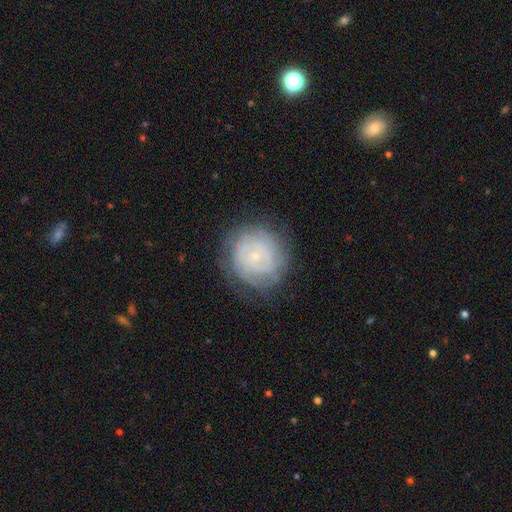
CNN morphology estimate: Smooth or featured? Predicted: featured or disk (p=0.70). Edge-on disk? Predicted: no (p=0.98). Bar? Predicted: no (p=0.82). Spiral arms? Predicted: yes (p=0.87). Spiral winding? Predicted: tight (p=0.81). Spiral arm count? Predicted: can't tell (p=0.48). Bulge size? Predicted: small (p=0.87). Merging? Predicted: none (p=0.79).